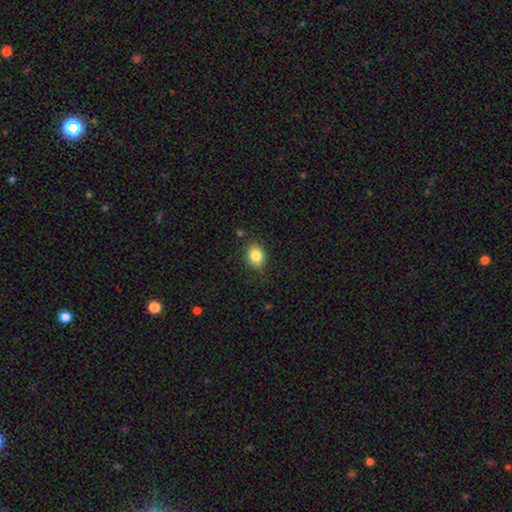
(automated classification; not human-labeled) Overall: smooth (84%). How rounded: in between (59%; round 40%). Merging: none (81%).